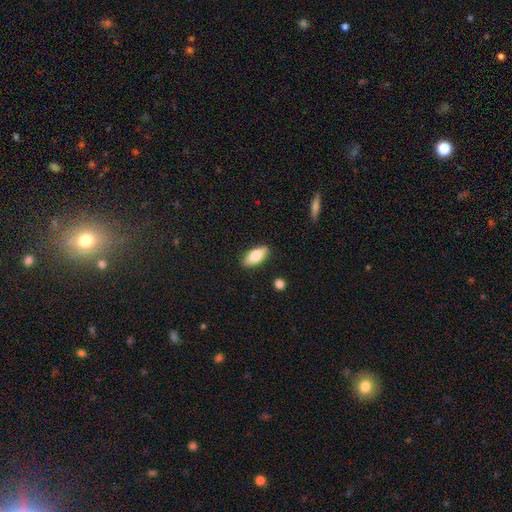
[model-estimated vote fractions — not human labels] smooth_or_featured: smooth (p=0.73) [alt: featured or disk p=0.21]
how_rounded: in between (p=0.82) [alt: cigar-shaped p=0.15]
merging: none (p=0.88) [alt: minor disturbance p=0.09]